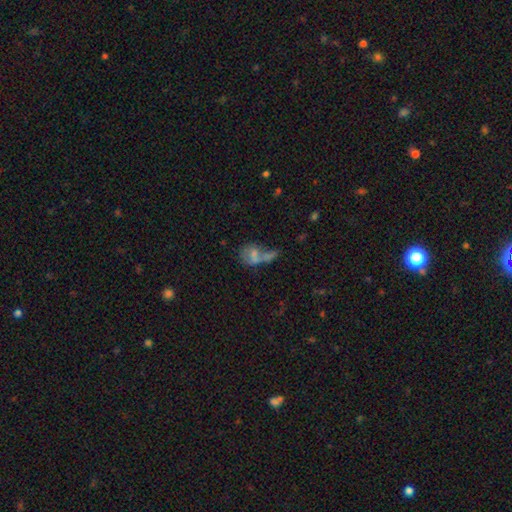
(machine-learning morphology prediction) smooth-or-featured: smooth: 56% | featured or disk: 29% | star or artifact: 15%
  how-rounded: in between: 65% | round: 30% | cigar-shaped: 4%
  merging: merger: 50% | none: 23% | major disturbance: 15% | minor disturbance: 12%